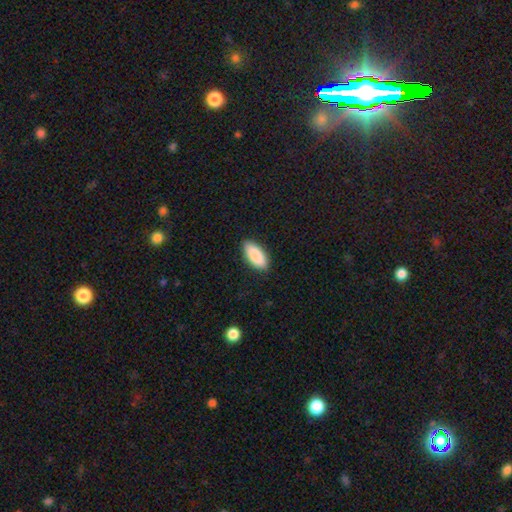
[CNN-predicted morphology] Smooth or featured: smooth — 89% (star or artifact — 6%)
How rounded: in between — 87% (cigar-shaped — 11%)
Merging: none — 87% (minor disturbance — 10%)